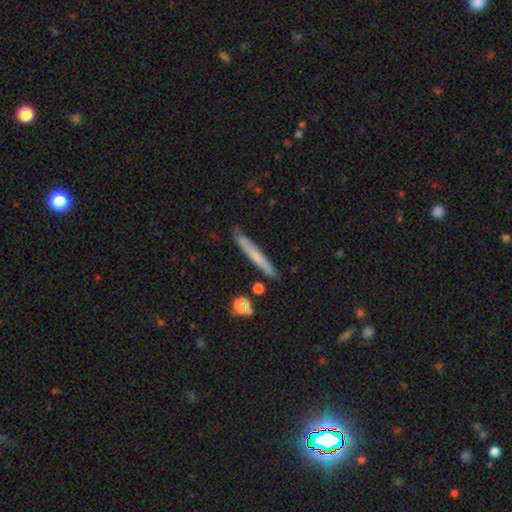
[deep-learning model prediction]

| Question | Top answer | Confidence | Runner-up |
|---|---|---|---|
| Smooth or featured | smooth | 59% | featured or disk (34%) |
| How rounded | cigar-shaped | 96% | in between (3%) |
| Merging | none | 86% | minor disturbance (10%) |